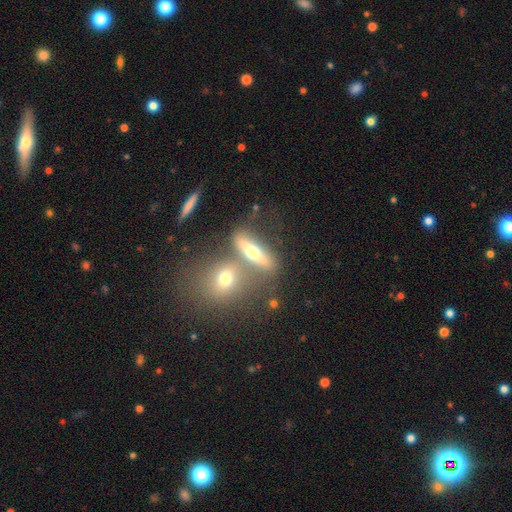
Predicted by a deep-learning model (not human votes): smooth 52%, featured or disk 37%, star or artifact 11%. Down the decision tree: how rounded — in between (47%); merging — none (53%).